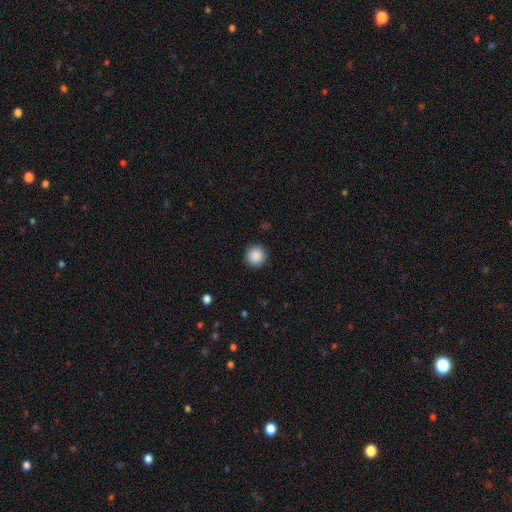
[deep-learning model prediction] Smooth or featured? smooth (89%)
How rounded? round (94%)
Merging? none (92%)